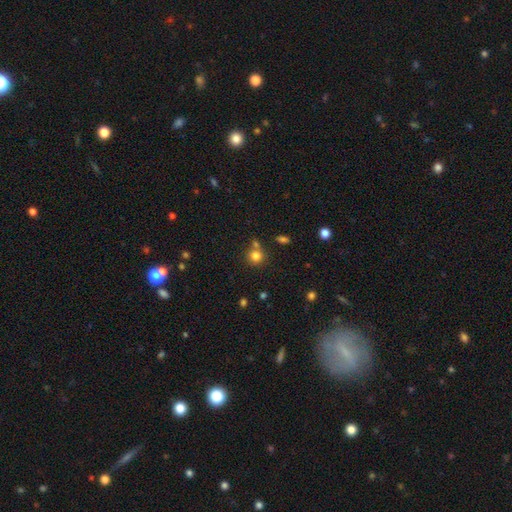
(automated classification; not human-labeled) smooth-or-featured: smooth: 79% | star or artifact: 13% | featured or disk: 7%
  how-rounded: round: 89% | in between: 10% | cigar-shaped: 1%
  merging: none: 66% | merger: 22% | minor disturbance: 9% | major disturbance: 3%